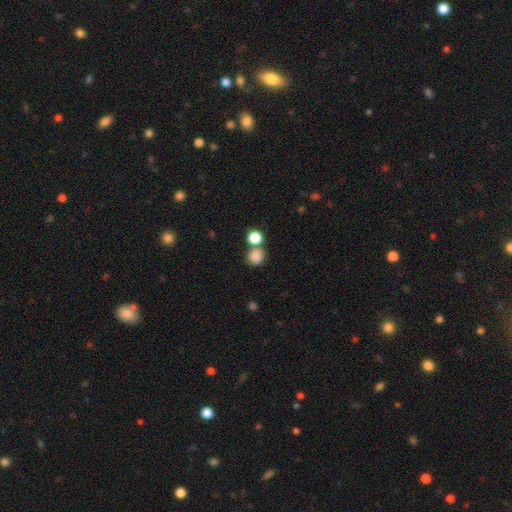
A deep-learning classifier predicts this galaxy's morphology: type=smooth (85%); roundness=round (87%); merging=none (59%).